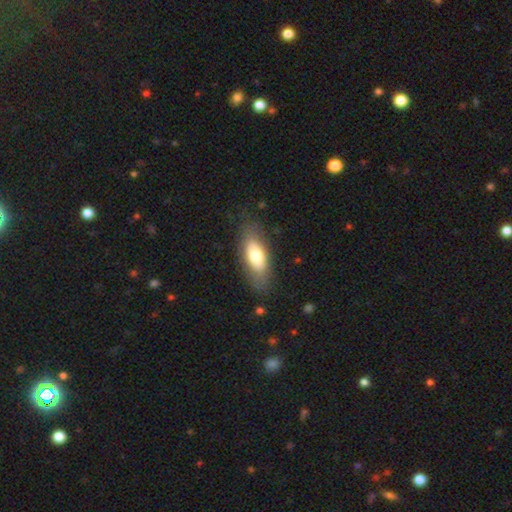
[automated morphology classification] Smooth or featured?
  - smooth: 68% *
  - featured or disk: 25%
  - star or artifact: 6%
How rounded?
  - in between: 80% *
  - cigar-shaped: 17%
  - round: 3%
Merging?
  - none: 77% *
  - minor disturbance: 15%
  - major disturbance: 6%
  - merger: 1%